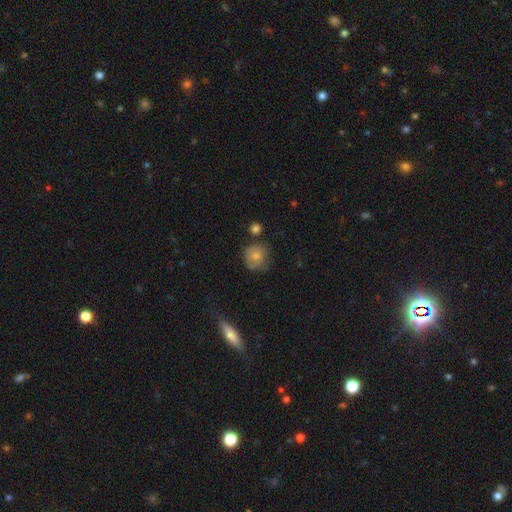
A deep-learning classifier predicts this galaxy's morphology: smooth 71%, featured or disk 20%, star or artifact 9%. Down the decision tree: how rounded — round (84%); merging — none (58%).